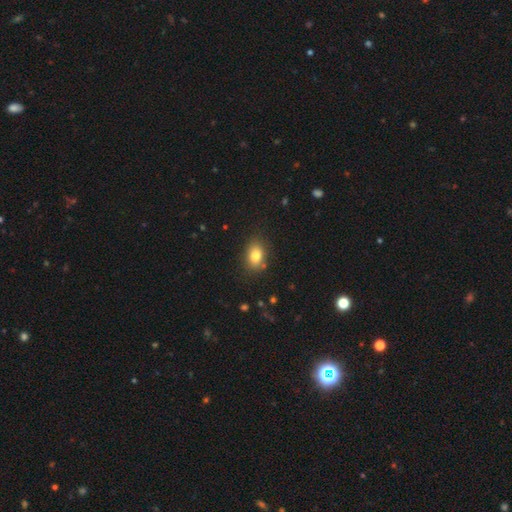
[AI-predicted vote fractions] Overall: smooth (82%). How rounded: in between (74%). Merging: none (81%).